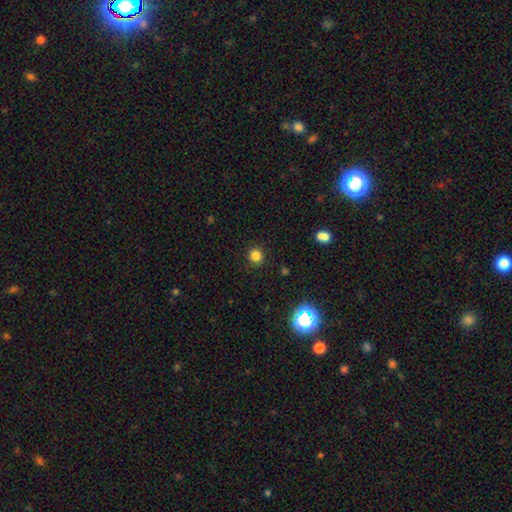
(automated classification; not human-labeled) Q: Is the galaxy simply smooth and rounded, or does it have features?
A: smooth — 82%.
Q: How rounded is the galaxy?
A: round — 93%.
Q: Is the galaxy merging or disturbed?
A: none — 91%.